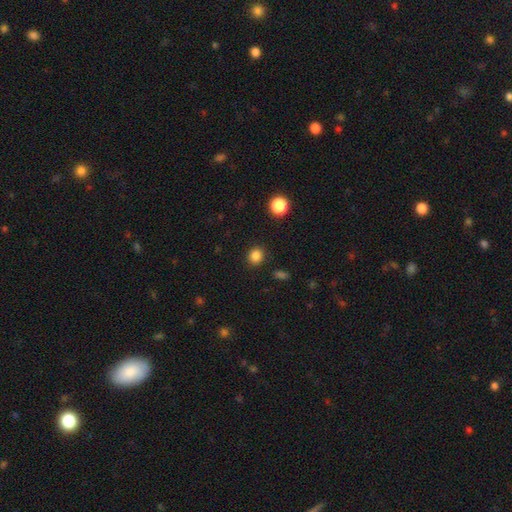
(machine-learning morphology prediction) The model was most divided on "how rounded": round: 83%, in between: 17%, cigar-shaped: 1%. More confident: merging — none (89%); smooth or featured — smooth (85%).